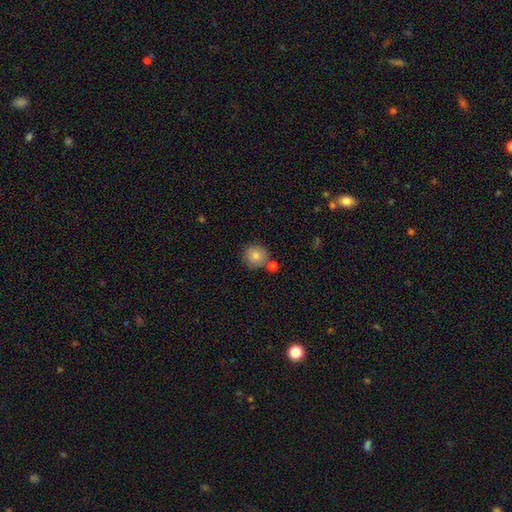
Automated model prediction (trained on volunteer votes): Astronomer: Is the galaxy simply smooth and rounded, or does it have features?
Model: smooth — 83%.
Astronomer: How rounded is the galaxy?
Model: round — 91%.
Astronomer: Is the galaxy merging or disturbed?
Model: none — 74%.